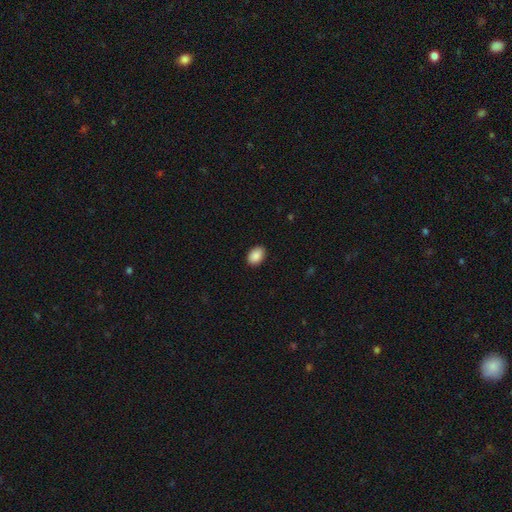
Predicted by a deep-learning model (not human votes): A smooth galaxy with no disk features (90%) that is in between round and cigar-shaped (83%).

Vote fractions:
- Smooth or featured? smooth: 90% / star or artifact: 7% / featured or disk: 3%
- How rounded? in between: 83% / round: 16% / cigar-shaped: 1%
- Merging? none: 90% / minor disturbance: 8% / major disturbance: 2% / merger: 1%